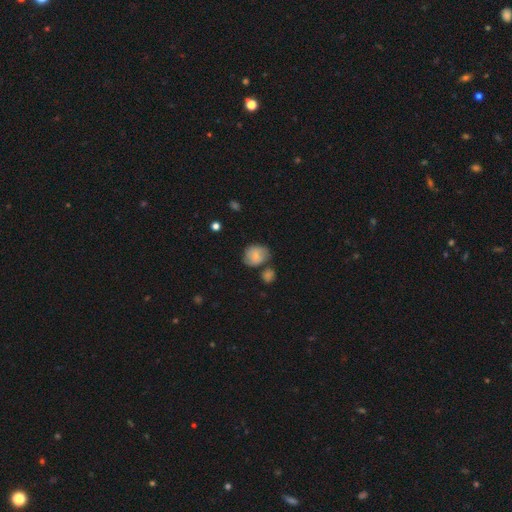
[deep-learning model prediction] Smooth or featured: smooth — 73% (featured or disk — 19%)
How rounded: round — 64% (in between — 35%)
Merging: none — 61% (minor disturbance — 21%)